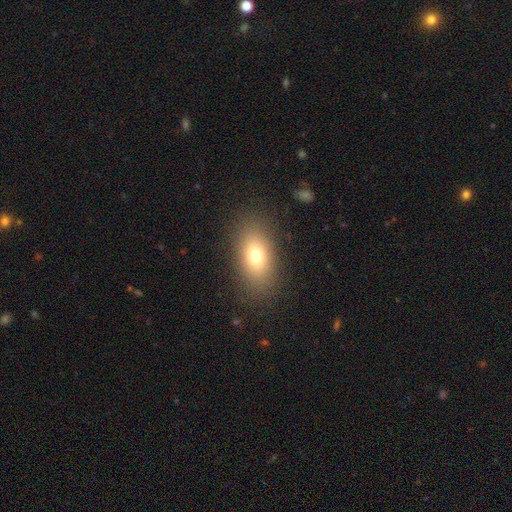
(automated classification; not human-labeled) This appears to be a smooth galaxy with no disk features (75%) that is in between round and cigar-shaped (86%). Merging: none (86%).